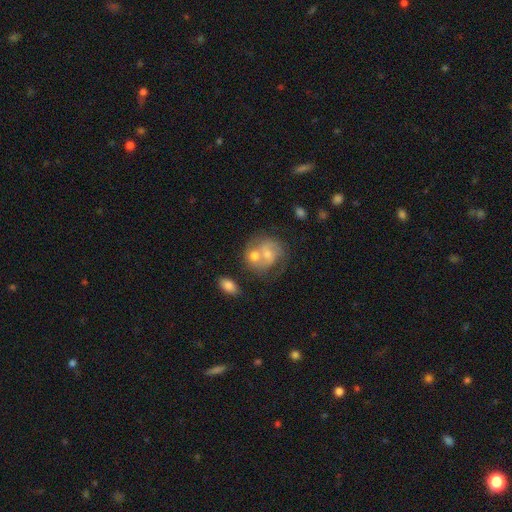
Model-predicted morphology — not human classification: This is possibly a featured or disk galaxy (56%). It is clearly not viewed edge-on (97%). Bar: likely no (70%). Spiral arm pattern: likely yes (70%). Central bulge: possibly moderate (52%). Merging: possibly merger (48%).